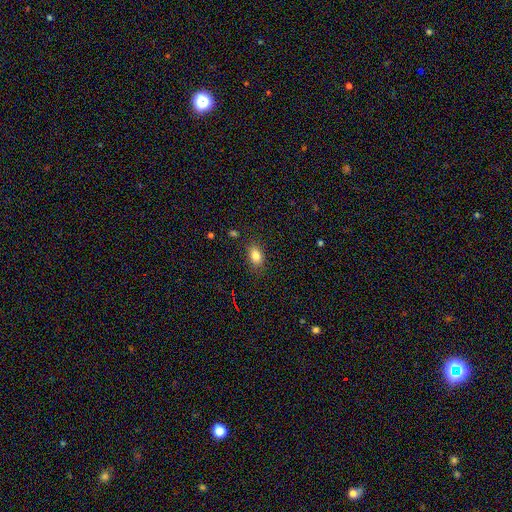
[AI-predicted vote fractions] This is clearly a smooth galaxy (83%). How rounded: clearly in between (85%). Merging: clearly none (84%).